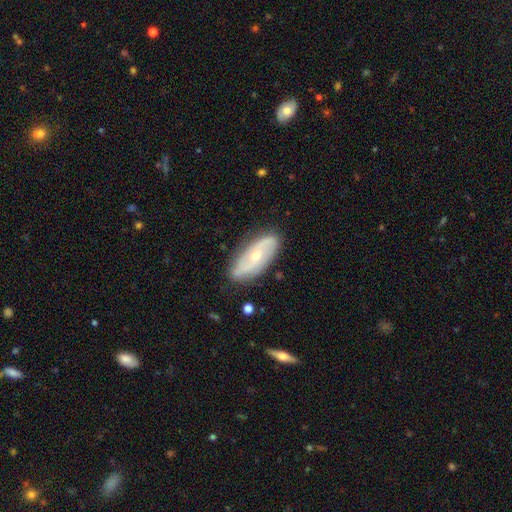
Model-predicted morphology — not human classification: smooth-or-featured: featured or disk: 73% | smooth: 21% | star or artifact: 6%
  disk-edge-on: no: 88% | yes: 12%
    bar: no: 64% | weak: 25% | strong: 11%
    has-spiral-arms: yes: 83% | no: 17%
      spiral-winding: loose: 41% | medium: 35% | tight: 24%
      spiral-arm-count: 2: 79% | can't tell: 13% | 3: 3% | 1: 2% | 4: 1% | more than 4: 1%
    bulge-size: small: 55% | moderate: 42% | large: 1% | none: 1% | dominant: 1%
  merging: none: 82% | minor disturbance: 14% | major disturbance: 3% | merger: 1%